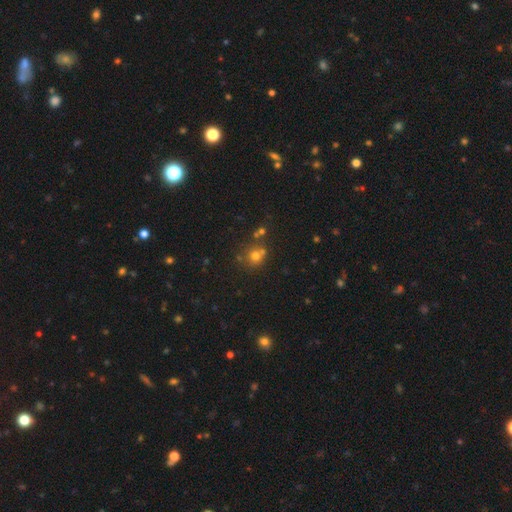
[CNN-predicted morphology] type=smooth (66%); roundness=round (85%); merging=none (61%).